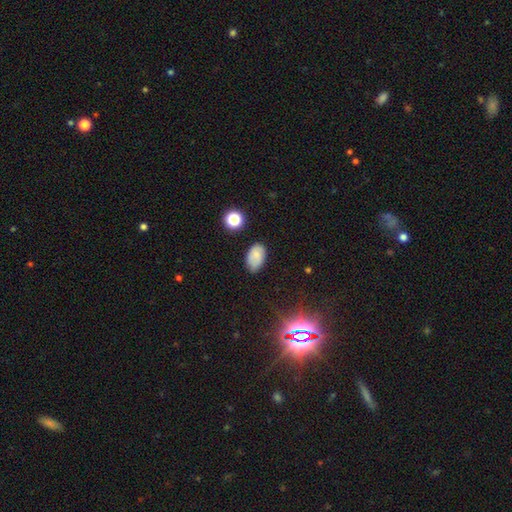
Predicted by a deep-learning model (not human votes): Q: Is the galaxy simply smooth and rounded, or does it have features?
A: smooth — 73%.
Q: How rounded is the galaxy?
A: in between — 90%.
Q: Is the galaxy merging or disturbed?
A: none — 74%.